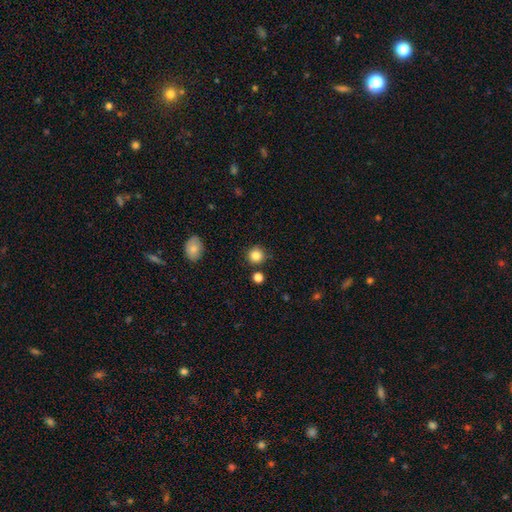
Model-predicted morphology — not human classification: Smooth or featured: smooth — 84% (star or artifact — 11%)
How rounded: round — 92% (in between — 7%)
Merging: none — 85% (minor disturbance — 8%)